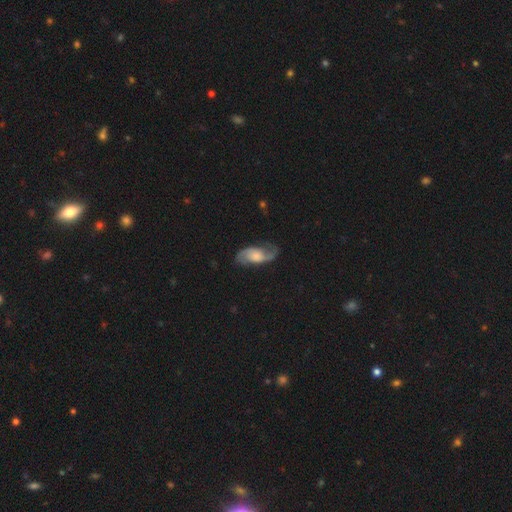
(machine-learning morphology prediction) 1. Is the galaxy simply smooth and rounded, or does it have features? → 75% featured or disk, 18% smooth, 6% star or artifact.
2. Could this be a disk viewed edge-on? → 95% no, 5% yes.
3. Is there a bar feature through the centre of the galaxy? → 61% no, 32% weak, 7% strong.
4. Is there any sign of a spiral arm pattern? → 94% yes, 6% no.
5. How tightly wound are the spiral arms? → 50% loose, 37% medium, 12% tight.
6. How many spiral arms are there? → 89% 2, 4% can't tell, 3% 1, 1% 3, 1% 4, 1% more than 4.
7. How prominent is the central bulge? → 35% moderate, 26% small, 22% large, 15% none, 3% dominant.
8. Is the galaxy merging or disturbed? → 69% none, 19% minor disturbance, 11% major disturbance, 2% merger.